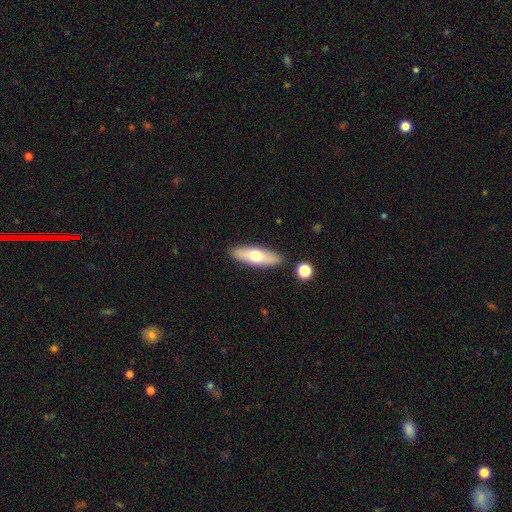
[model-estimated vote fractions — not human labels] Smooth or featured? smooth (61%)
How rounded? in between (52%)
Merging? none (87%)